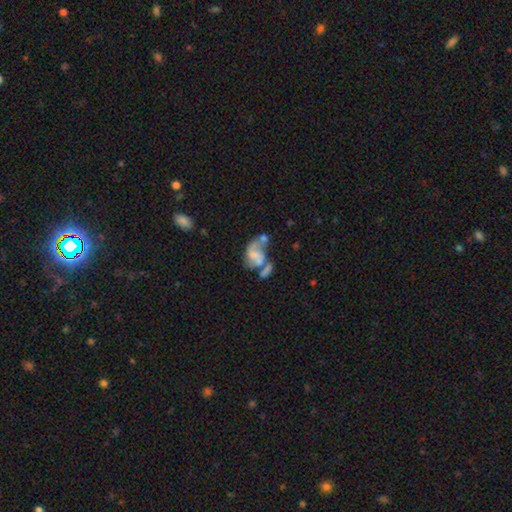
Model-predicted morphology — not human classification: Smooth or featured? Predicted: featured or disk (p=0.61). Edge-on disk? Predicted: no (p=0.97). Bar? Predicted: no (p=0.62). Spiral arms? Predicted: yes (p=0.70). Bulge size? Predicted: none (p=0.46). Merging? Predicted: merger (p=0.42).